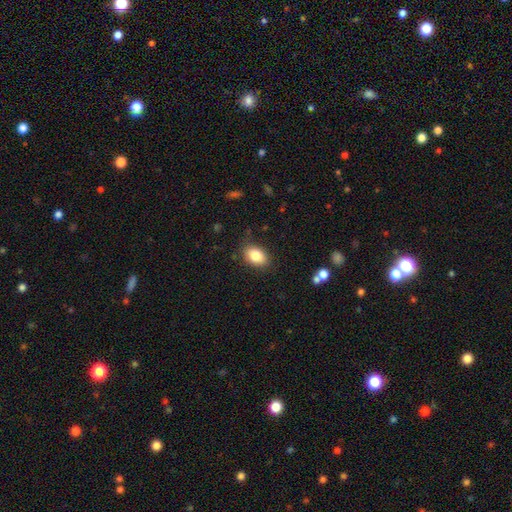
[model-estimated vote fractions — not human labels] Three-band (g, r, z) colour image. It shows a smooth galaxy with no disk features (83%) that is in between round and cigar-shaped (85%). Merging: none (84%).